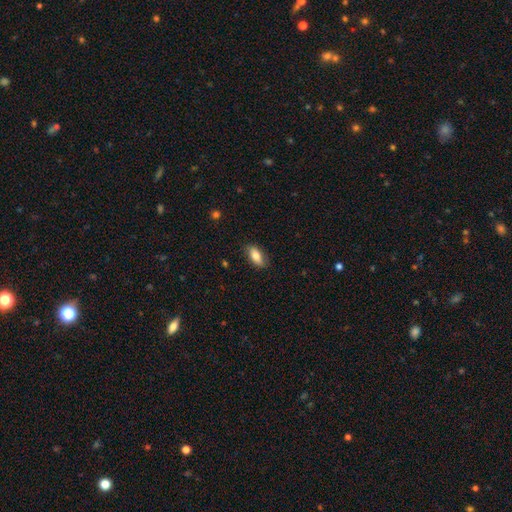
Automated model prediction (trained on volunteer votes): smooth_or_featured: smooth (p=0.78) [alt: featured or disk p=0.15]
how_rounded: in between (p=0.87) [alt: cigar-shaped p=0.10]
merging: none (p=0.82) [alt: minor disturbance p=0.14]